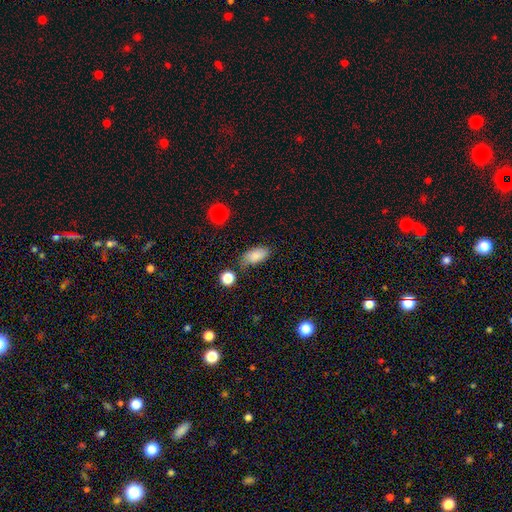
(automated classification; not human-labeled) smooth 84%, star or artifact 8%, featured or disk 8%. Down the decision tree: how rounded — in between (91%); merging — none (60%).